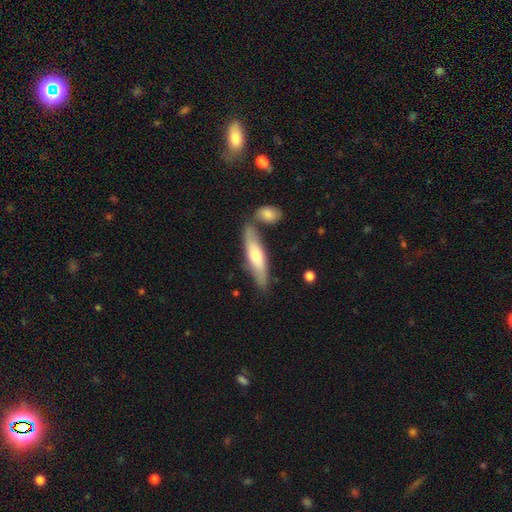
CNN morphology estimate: Q: Smooth or featured?
A: smooth (54%); runner-up: featured or disk (41%)
Q: How rounded?
A: cigar-shaped (72%); runner-up: in between (26%)
Q: Merging?
A: none (68%); runner-up: merger (15%)